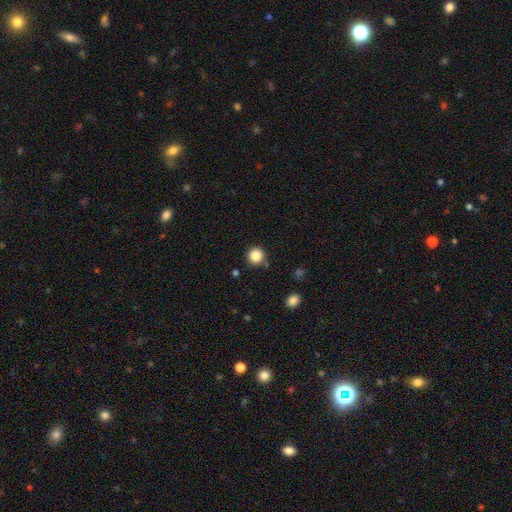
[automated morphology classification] This is clearly a smooth galaxy (85%). How rounded: clearly round (93%). Merging: clearly none (88%).